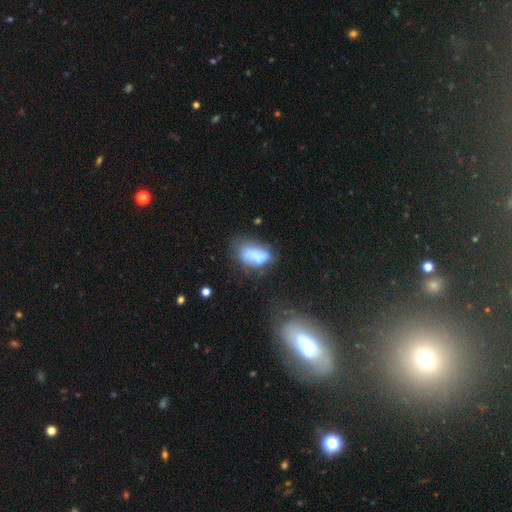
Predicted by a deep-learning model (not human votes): Smooth or featured? Predicted: smooth (p=0.73). How rounded? Predicted: in between (p=0.89). Merging? Predicted: none (p=0.41).